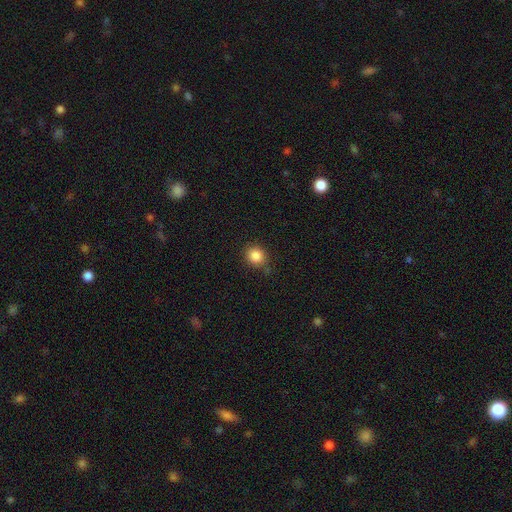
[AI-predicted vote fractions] Morphology: type=smooth (86%); roundness=round (79%); merging=none (81%).